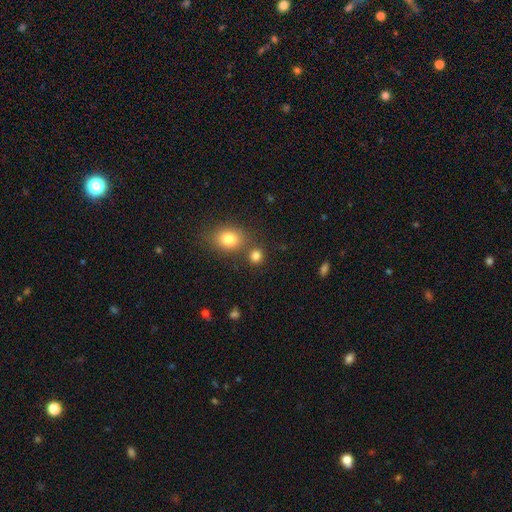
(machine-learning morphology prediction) A smooth galaxy with no disk features (82%) that is round (79%). Merging: none (72%).